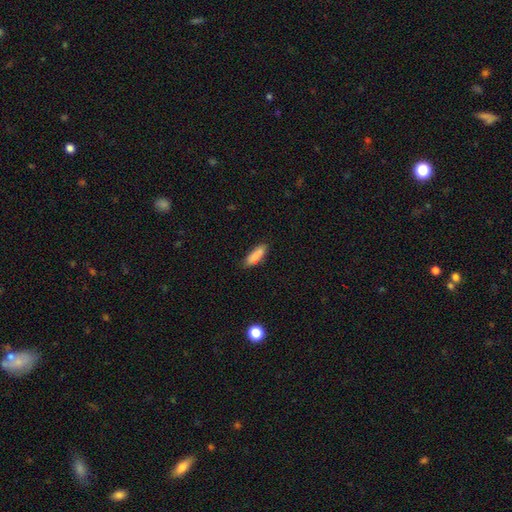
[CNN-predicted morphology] smooth-or-featured: smooth: 83% | featured or disk: 9% | star or artifact: 7%
  how-rounded: in between: 61% | cigar-shaped: 37% | round: 2%
  merging: none: 78% | minor disturbance: 16% | major disturbance: 3% | merger: 3%